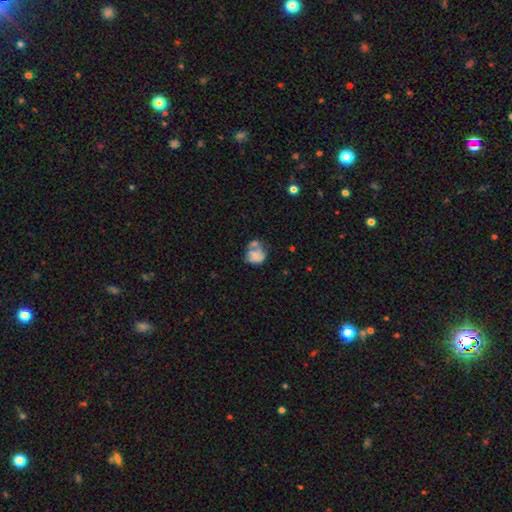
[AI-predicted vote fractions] Q: Smooth or featured?
A: smooth (56%); runner-up: featured or disk (34%)
Q: How rounded?
A: round (59%); runner-up: in between (40%)
Q: Merging?
A: none (31%); runner-up: merger (27%)